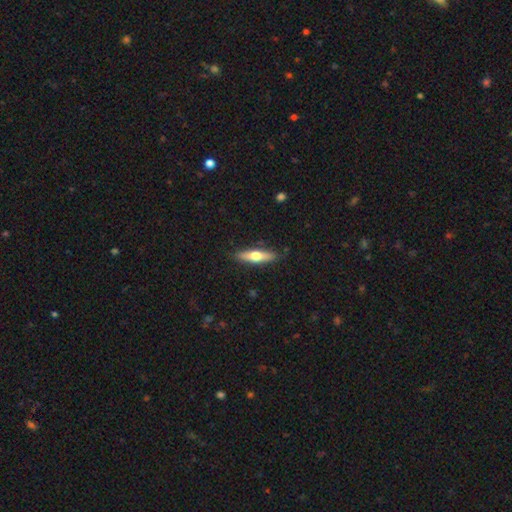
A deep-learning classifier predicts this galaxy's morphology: smooth 53%, featured or disk 41%, star or artifact 5%. Down the decision tree: how rounded — cigar-shaped (71%); merging — none (88%).